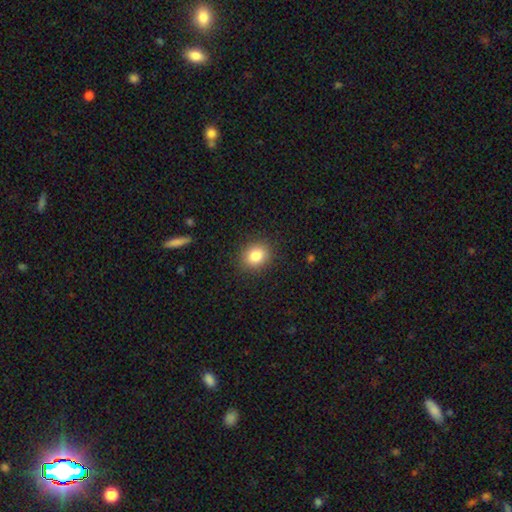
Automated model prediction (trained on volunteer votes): Smooth or featured: smooth — 83% (star or artifact — 10%)
How rounded: round — 57% (in between — 42%)
Merging: none — 88% (minor disturbance — 8%)